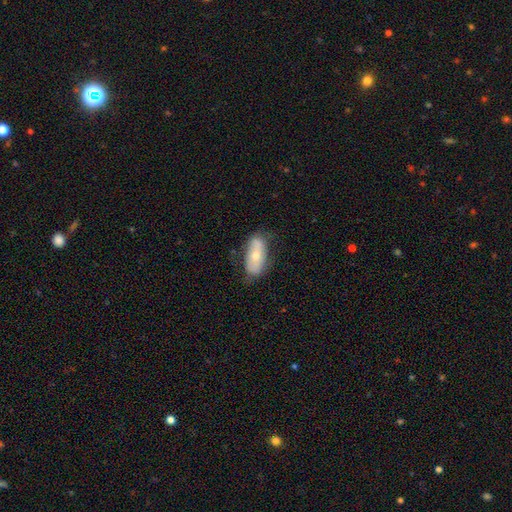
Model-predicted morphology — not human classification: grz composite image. It shows a smooth galaxy with no disk features (53%) that is in between round and cigar-shaped (88%). Merging: none (66%).